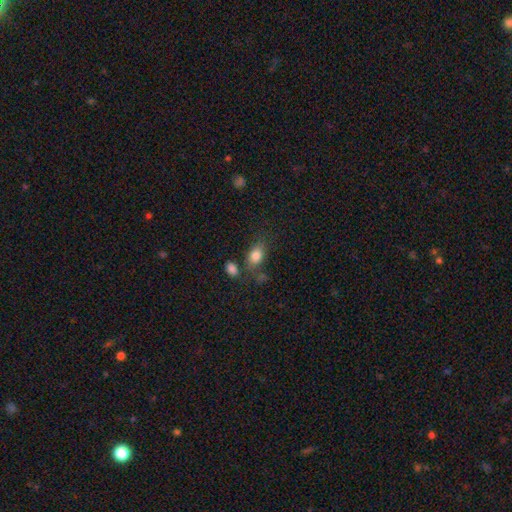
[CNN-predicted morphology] smooth_or_featured: smooth (p=0.81) [alt: featured or disk p=0.10]
how_rounded: in between (p=0.83) [alt: round p=0.14]
merging: none (p=0.62) [alt: minor disturbance p=0.17]